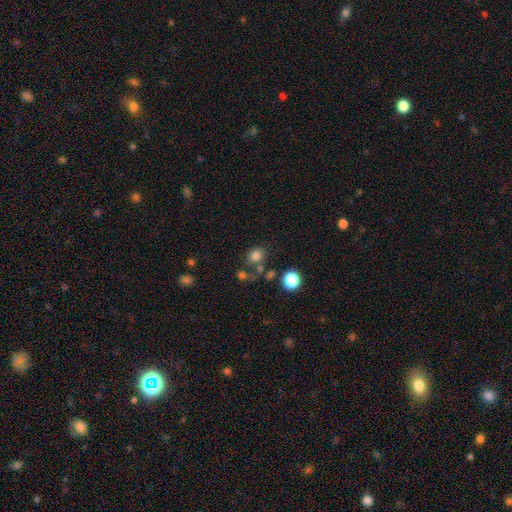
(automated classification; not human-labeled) Smooth or featured? Predicted: smooth (p=0.77). How rounded? Predicted: round (p=0.69). Merging? Predicted: none (p=0.67).